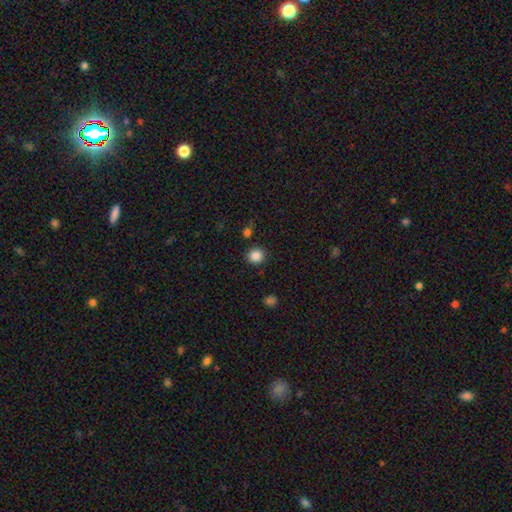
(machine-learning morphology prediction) type=smooth (86%); roundness=round (92%); merging=none (89%).